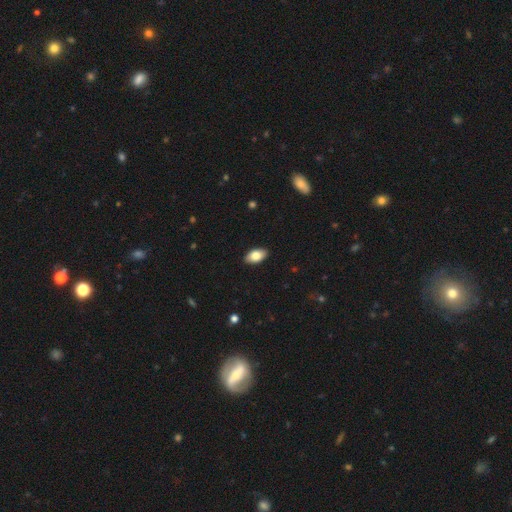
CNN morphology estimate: A smooth galaxy with no disk features (83%) that is in between round and cigar-shaped (94%).

Vote fractions:
- Smooth or featured? smooth: 83% / featured or disk: 10% / star or artifact: 7%
- How rounded? in between: 94% / round: 4% / cigar-shaped: 2%
- Merging? none: 90% / minor disturbance: 8% / major disturbance: 2% / merger: 1%